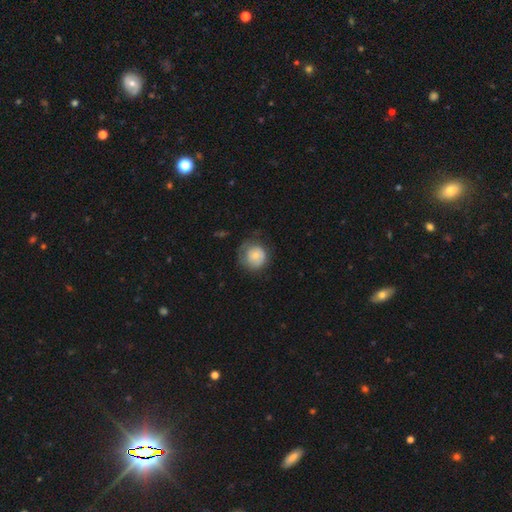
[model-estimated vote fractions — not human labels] Smooth or featured? Predicted: smooth (p=0.68). How rounded? Predicted: round (p=0.88). Merging? Predicted: none (p=0.56).